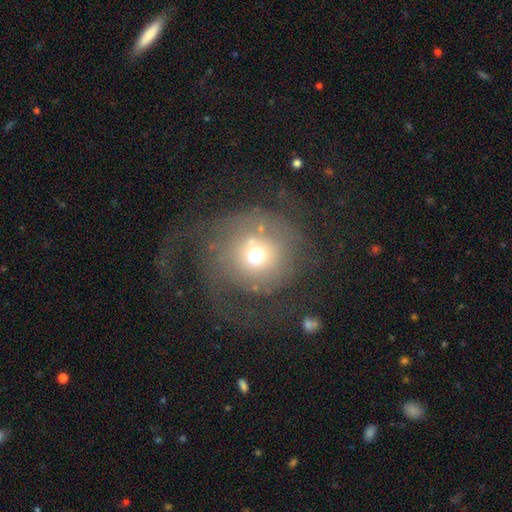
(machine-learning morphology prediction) Smooth or featured? Predicted: smooth (p=0.53). How rounded? Predicted: round (p=0.91). Merging? Predicted: none (p=0.47).